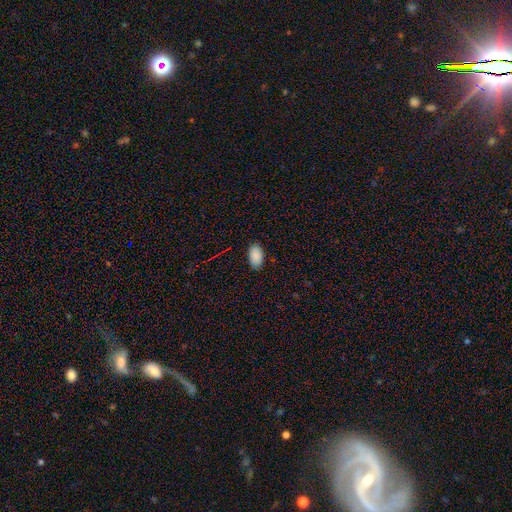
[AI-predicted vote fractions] Smooth or featured?
  - smooth: 89% *
  - star or artifact: 7%
  - featured or disk: 4%
How rounded?
  - in between: 95% *
  - round: 4%
  - cigar-shaped: 2%
Merging?
  - none: 85% *
  - minor disturbance: 12%
  - major disturbance: 2%
  - merger: 1%